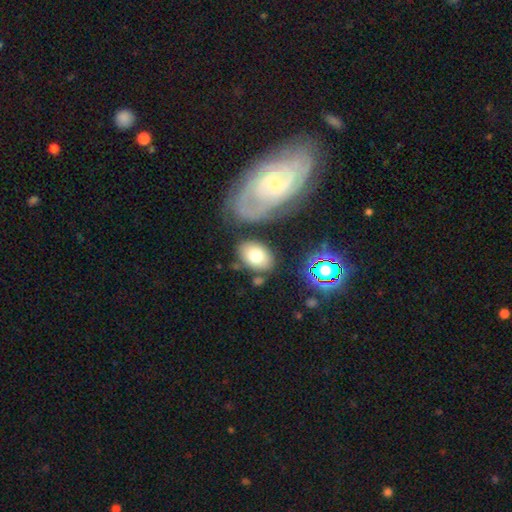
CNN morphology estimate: type=smooth (73%); roundness=in between (80%); merging=none (71%).